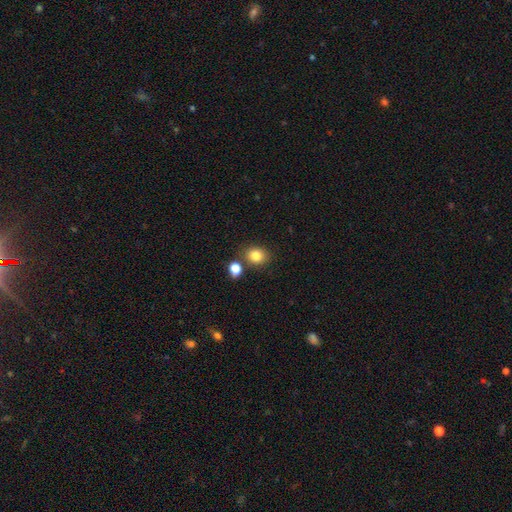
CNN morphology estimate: Smooth or featured? Predicted: smooth (p=0.83). How rounded? Predicted: round (p=0.62). Merging? Predicted: none (p=0.75).